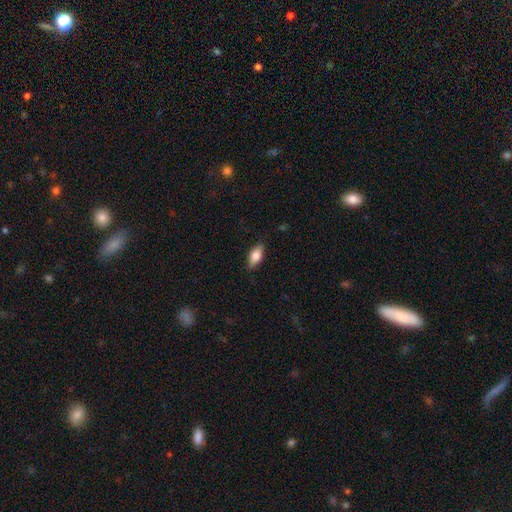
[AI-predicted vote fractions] smooth_or_featured: smooth (p=0.76) [alt: featured or disk p=0.17]
how_rounded: in between (p=0.85) [alt: cigar-shaped p=0.11]
merging: none (p=0.84) [alt: minor disturbance p=0.13]